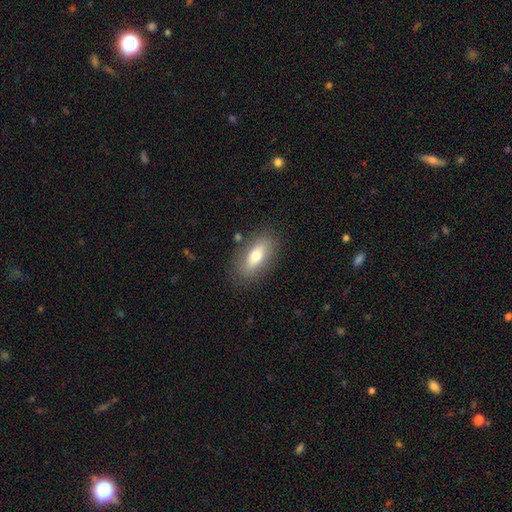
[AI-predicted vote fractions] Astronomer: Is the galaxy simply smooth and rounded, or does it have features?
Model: smooth — 70%.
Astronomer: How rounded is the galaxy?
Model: in between — 81%.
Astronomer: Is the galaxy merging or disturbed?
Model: none — 82%.